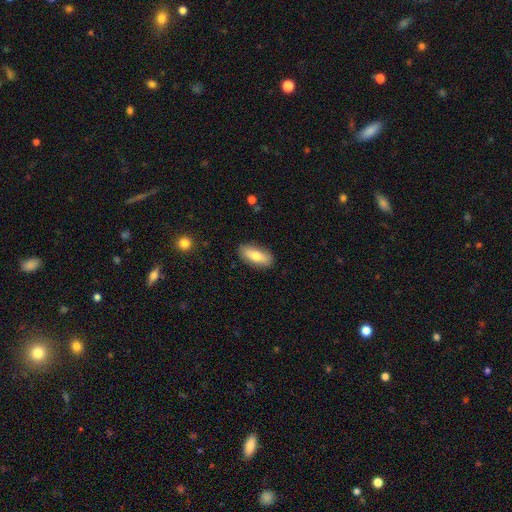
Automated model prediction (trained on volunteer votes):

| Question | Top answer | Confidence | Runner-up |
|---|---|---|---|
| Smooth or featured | smooth | 75% | featured or disk (19%) |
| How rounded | in between | 78% | cigar-shaped (19%) |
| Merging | none | 86% | minor disturbance (11%) |